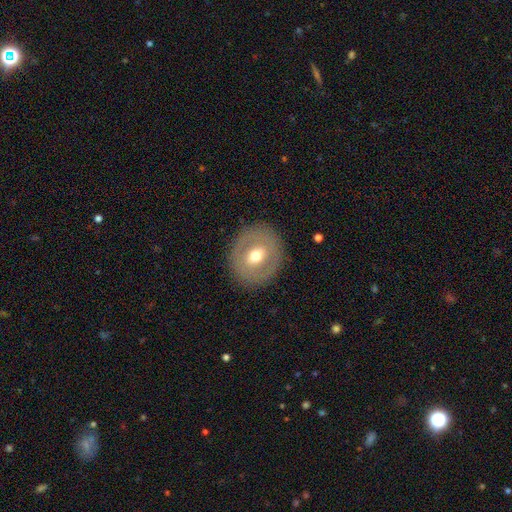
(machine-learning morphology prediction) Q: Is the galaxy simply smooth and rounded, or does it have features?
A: smooth — 48%.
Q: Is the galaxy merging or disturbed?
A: none — 86%.